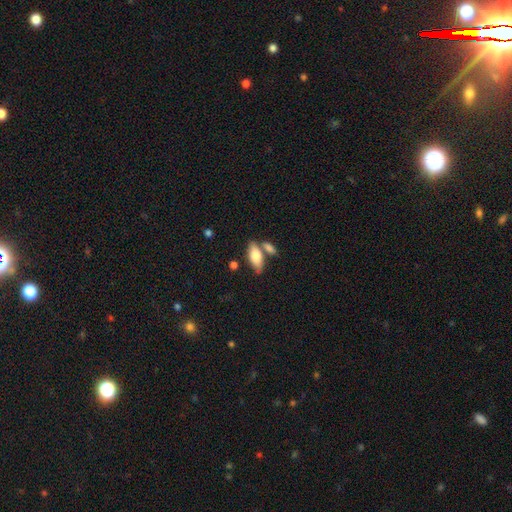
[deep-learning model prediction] This appears to be a smooth galaxy with no disk features (73%) that is in between round and cigar-shaped (81%). Merging: none (58%).